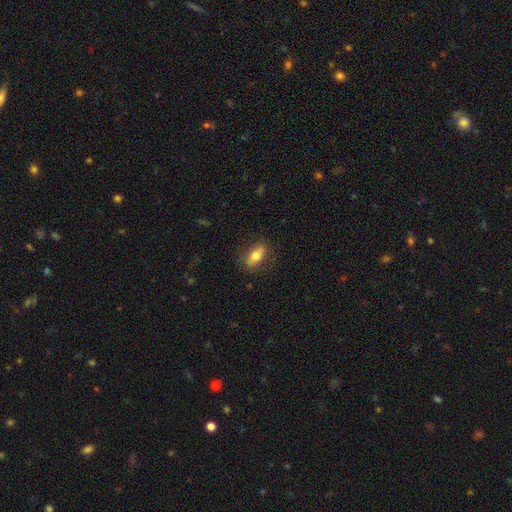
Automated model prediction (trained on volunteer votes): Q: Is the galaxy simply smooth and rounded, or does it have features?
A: smooth — 71%.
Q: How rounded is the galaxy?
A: in between — 76%.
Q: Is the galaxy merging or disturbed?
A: none — 81%.